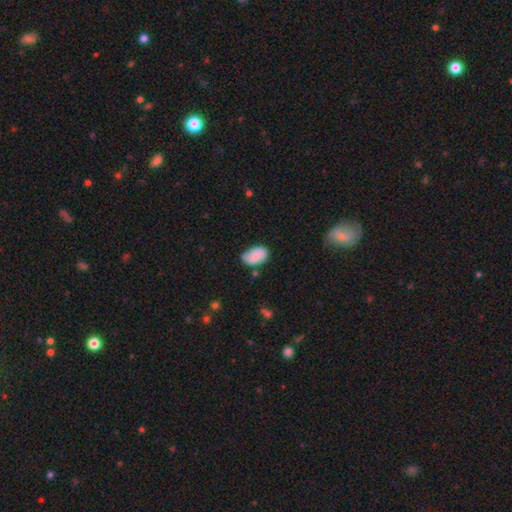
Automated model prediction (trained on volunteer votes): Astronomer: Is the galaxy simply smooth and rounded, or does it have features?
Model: smooth — 72%.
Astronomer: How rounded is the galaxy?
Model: in between — 91%.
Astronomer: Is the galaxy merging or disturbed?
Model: none — 63%.